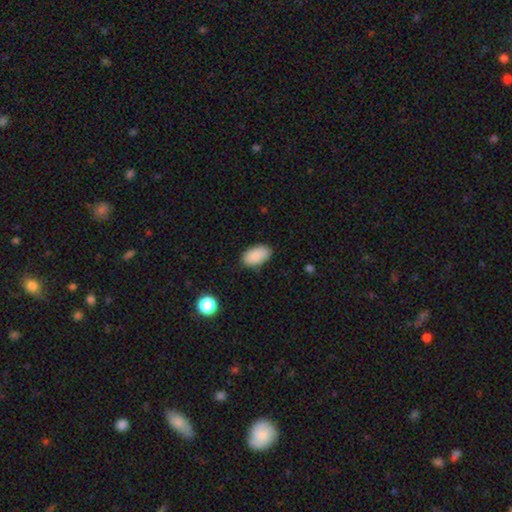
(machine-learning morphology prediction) This is clearly a smooth galaxy (89%). How rounded: clearly in between (94%). Merging: clearly none (83%).